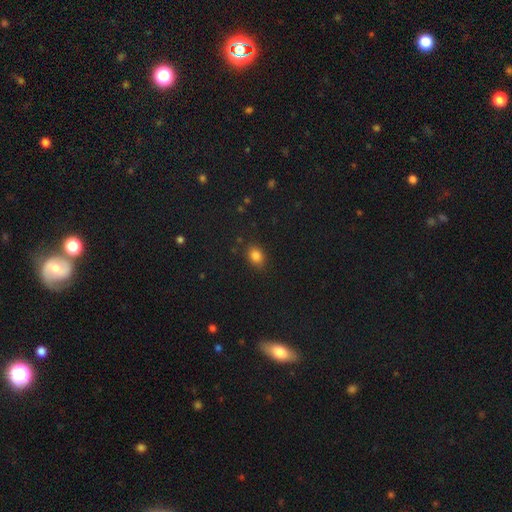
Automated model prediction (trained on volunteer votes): This appears to be a smooth galaxy with no disk features (84%) that is in between round and cigar-shaped (64%). Merging: none (83%).